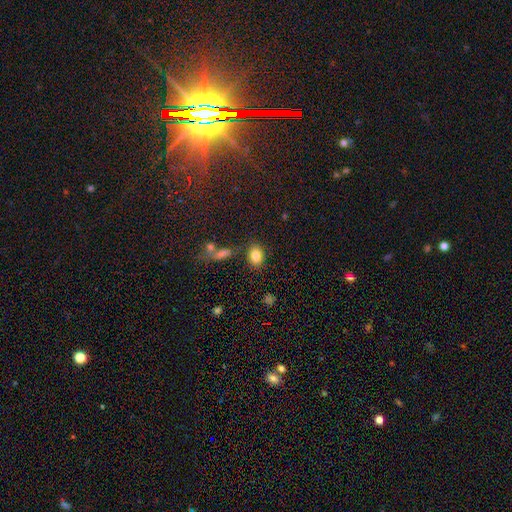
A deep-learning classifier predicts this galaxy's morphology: The model was most divided on "how rounded": in between: 68%, round: 31%, cigar-shaped: 2%. More confident: smooth or featured — smooth (82%); merging — none (81%).